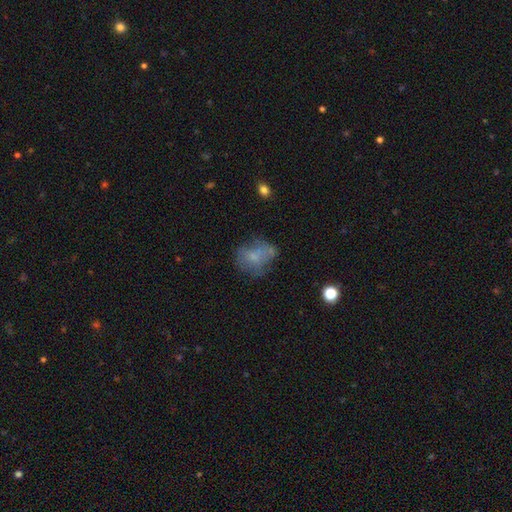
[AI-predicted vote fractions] smooth_or_featured: smooth (p=0.55) [alt: featured or disk p=0.32]
how_rounded: in between (p=0.50) [alt: round p=0.48]
merging: none (p=0.45) [alt: minor disturbance p=0.24]